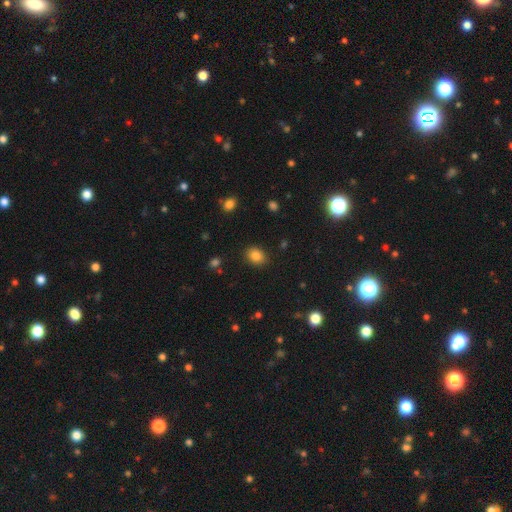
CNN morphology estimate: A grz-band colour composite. It shows a smooth galaxy with no disk features (85%) that is in between round and cigar-shaped (55%). Merging: none (87%).